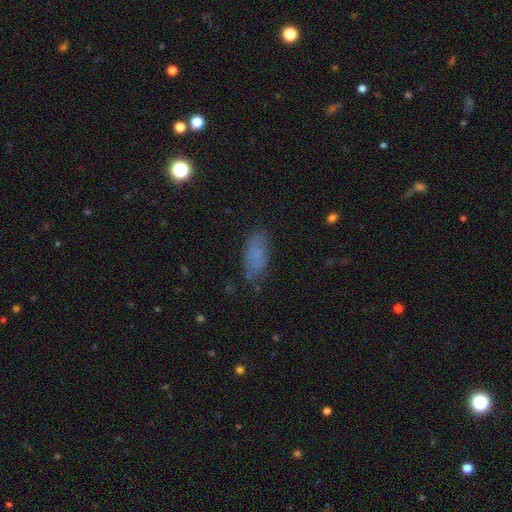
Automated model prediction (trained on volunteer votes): The model was most divided on "merging": none: 69%, minor disturbance: 21%, major disturbance: 8%, merger: 2%. More confident: how rounded — in between (83%); smooth or featured — smooth (72%).